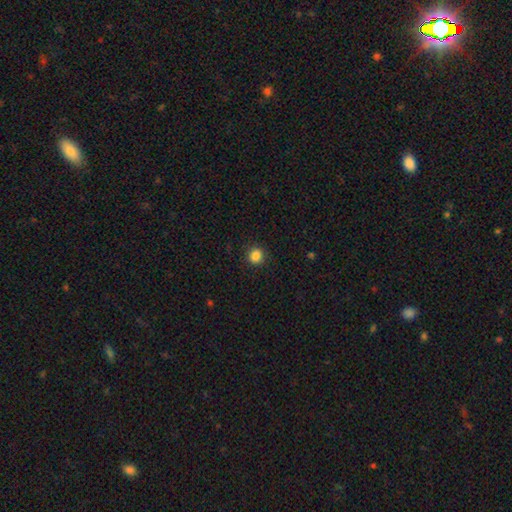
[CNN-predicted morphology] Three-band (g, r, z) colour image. It shows a smooth galaxy with no disk features (86%) that is round (83%). Merging: none (90%).